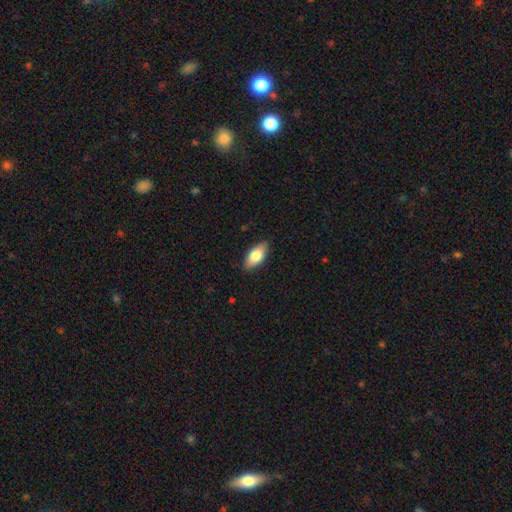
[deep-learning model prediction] Overall: smooth (75%). How rounded: in between (88%). Merging: none (87%).